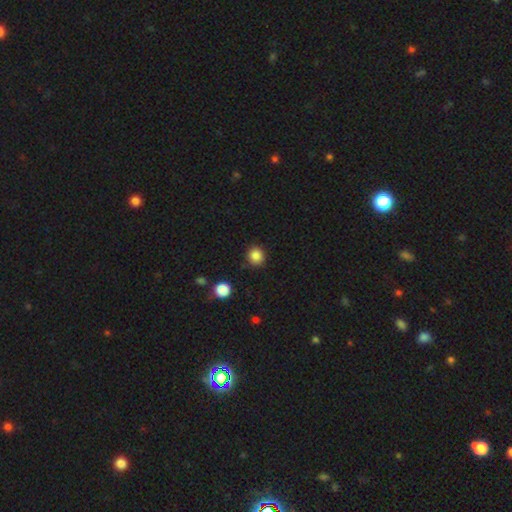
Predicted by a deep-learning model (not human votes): This is clearly a smooth galaxy (85%). How rounded: clearly round (86%). Merging: clearly none (86%).